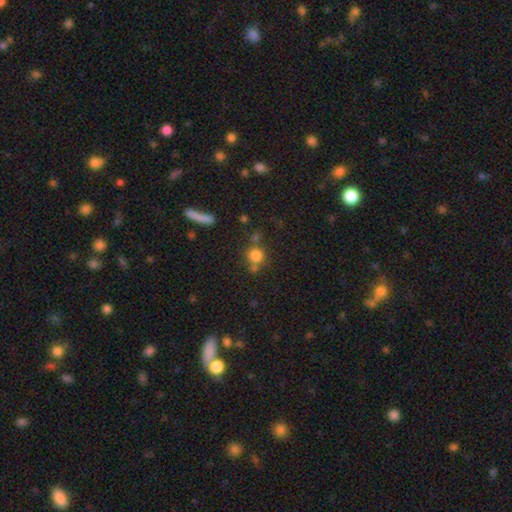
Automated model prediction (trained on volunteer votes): smooth 79%, star or artifact 13%, featured or disk 8%. Down the decision tree: how rounded — round (89%); merging — none (63%).